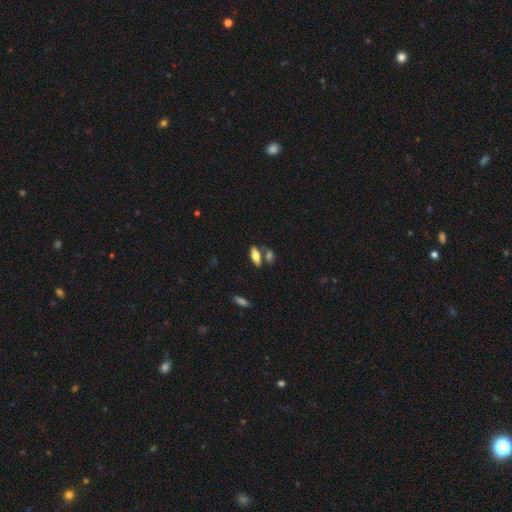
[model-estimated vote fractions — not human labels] Q: Smooth or featured?
A: smooth (61%); runner-up: featured or disk (31%)
Q: How rounded?
A: in between (70%); runner-up: cigar-shaped (27%)
Q: Merging?
A: none (66%); runner-up: merger (19%)